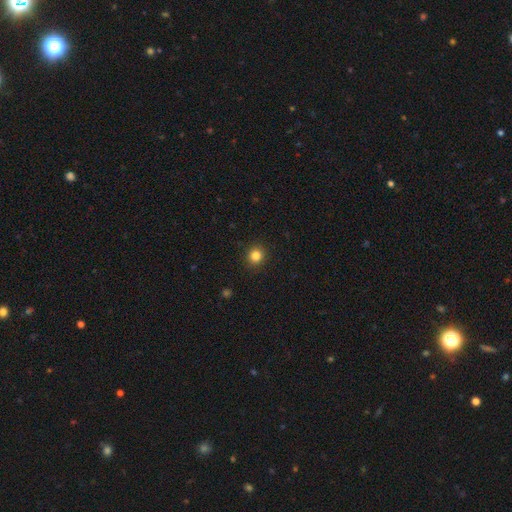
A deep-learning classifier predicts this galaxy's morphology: Overall: smooth (83%). How rounded: round (89%). Merging: none (92%).